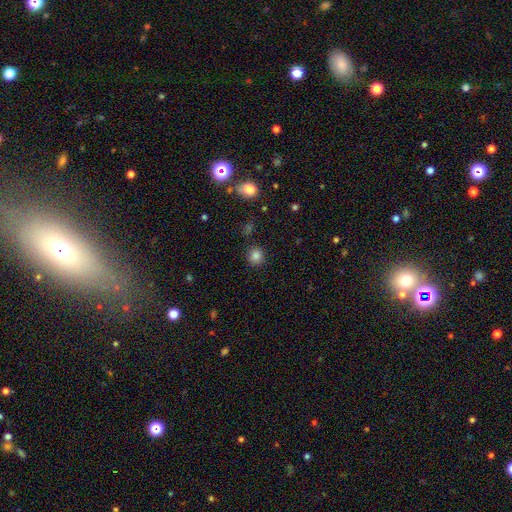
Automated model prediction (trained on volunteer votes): Smooth or featured?
  - smooth: 84% *
  - star or artifact: 12%
  - featured or disk: 4%
How rounded?
  - round: 89% *
  - in between: 10%
  - cigar-shaped: 1%
Merging?
  - none: 88% *
  - minor disturbance: 7%
  - major disturbance: 2%
  - merger: 2%